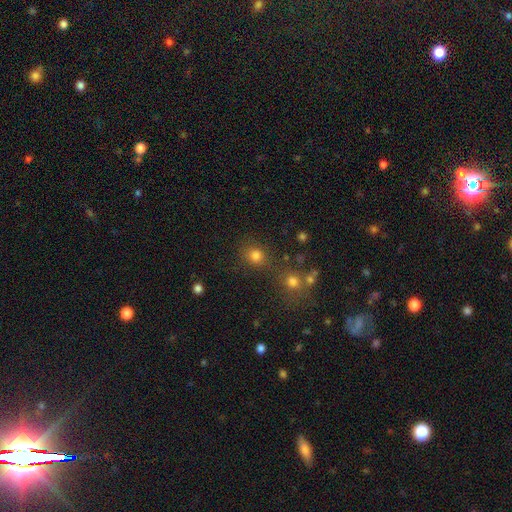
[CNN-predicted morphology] smooth 77%, star or artifact 17%, featured or disk 6%. Down the decision tree: how rounded — round (83%); merging — none (68%).